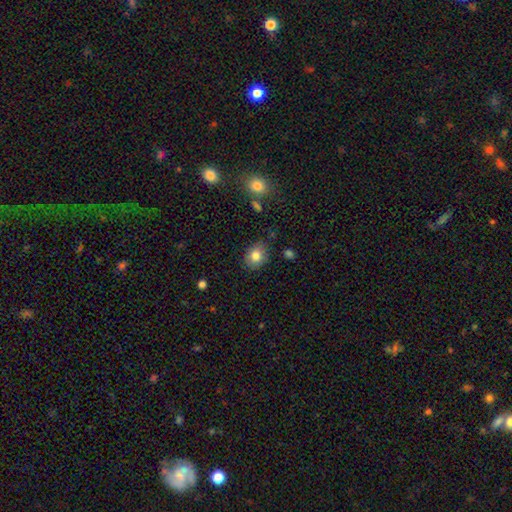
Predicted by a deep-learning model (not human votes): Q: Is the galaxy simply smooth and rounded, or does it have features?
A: smooth — 81%.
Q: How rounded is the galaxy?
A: in between — 53%.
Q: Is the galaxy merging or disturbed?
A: none — 83%.